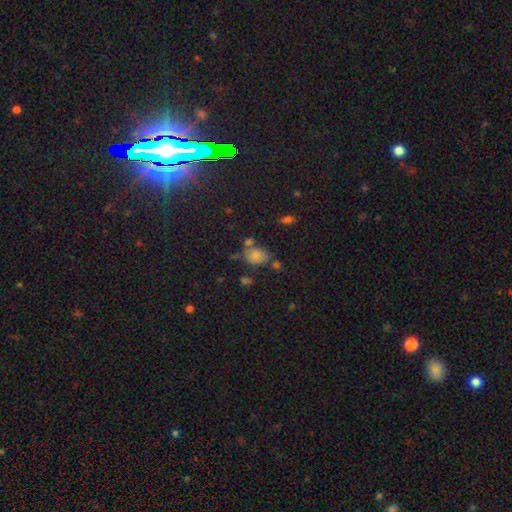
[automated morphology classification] Smooth or featured?
  - smooth: 77% *
  - star or artifact: 15%
  - featured or disk: 8%
How rounded?
  - in between: 65% *
  - round: 33%
  - cigar-shaped: 1%
Merging?
  - none: 54% *
  - merger: 21%
  - minor disturbance: 18%
  - major disturbance: 8%